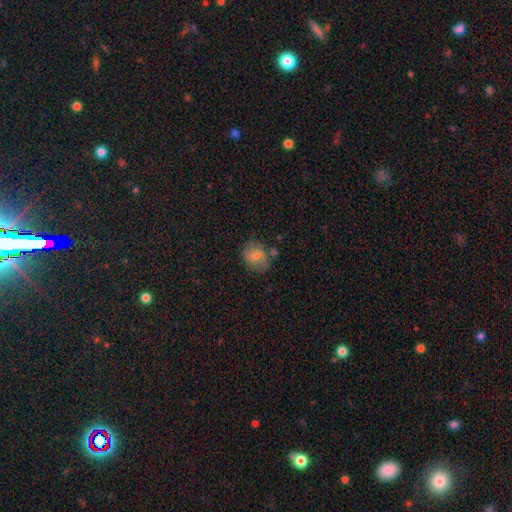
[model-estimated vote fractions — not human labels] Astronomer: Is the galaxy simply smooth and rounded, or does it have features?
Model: smooth — 73%.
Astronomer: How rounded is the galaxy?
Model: round — 59% (runner-up: in between, 40%).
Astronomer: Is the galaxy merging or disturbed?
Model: none — 61%.